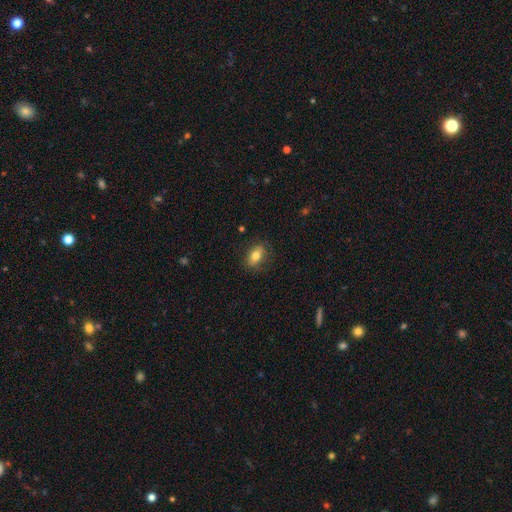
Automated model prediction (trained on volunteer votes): Morphology: type=smooth (76%); roundness=in between (82%); merging=none (84%).